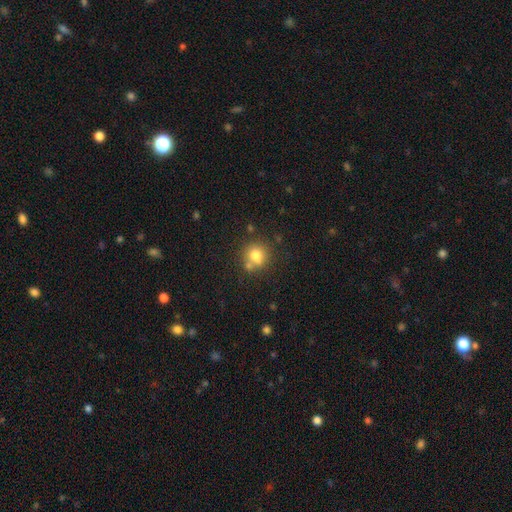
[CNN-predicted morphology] smooth_or_featured: smooth (p=0.75) [alt: featured or disk p=0.13]
how_rounded: round (p=0.84) [alt: in between p=0.15]
merging: none (p=0.62) [alt: merger p=0.20]